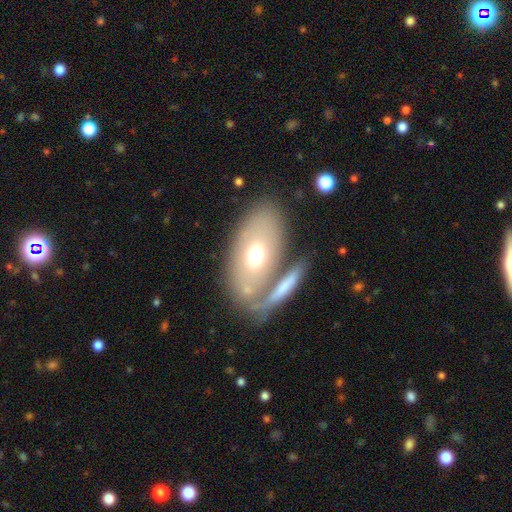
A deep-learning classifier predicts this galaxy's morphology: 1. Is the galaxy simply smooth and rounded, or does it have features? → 60% smooth, 33% featured or disk, 7% star or artifact.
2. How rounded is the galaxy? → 89% in between, 8% round, 4% cigar-shaped.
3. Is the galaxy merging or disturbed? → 57% none, 23% merger, 14% minor disturbance, 7% major disturbance.